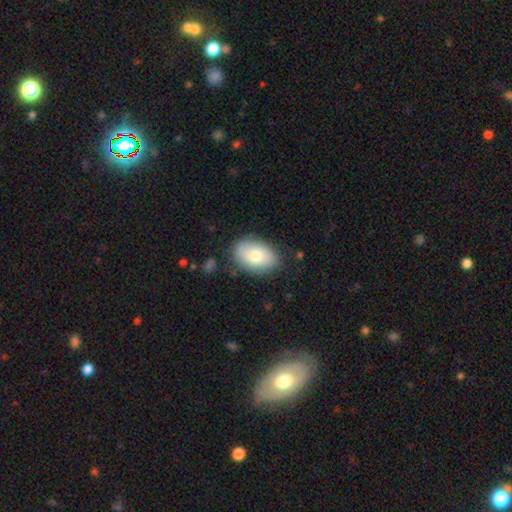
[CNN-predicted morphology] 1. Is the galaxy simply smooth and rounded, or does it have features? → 74% smooth, 19% featured or disk, 7% star or artifact.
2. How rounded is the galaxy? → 87% in between, 12% round, 1% cigar-shaped.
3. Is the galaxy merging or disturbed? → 82% none, 13% minor disturbance, 4% major disturbance, 2% merger.